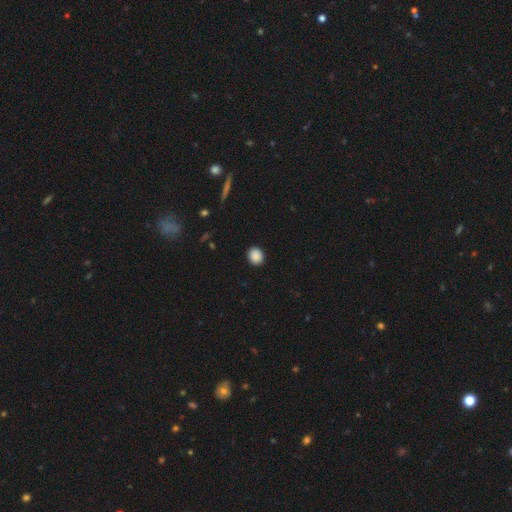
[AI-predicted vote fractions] This appears to be a smooth galaxy with no disk features (89%) that is round (76%). Merging: none (91%).